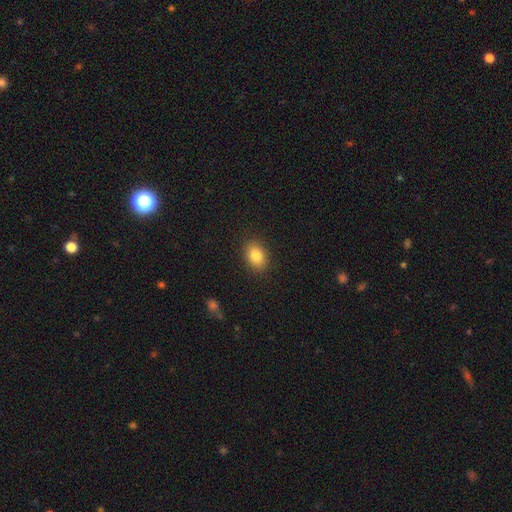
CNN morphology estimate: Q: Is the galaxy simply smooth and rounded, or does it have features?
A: smooth — 84%.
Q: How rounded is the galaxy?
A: in between — 70%.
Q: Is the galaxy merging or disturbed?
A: none — 88%.